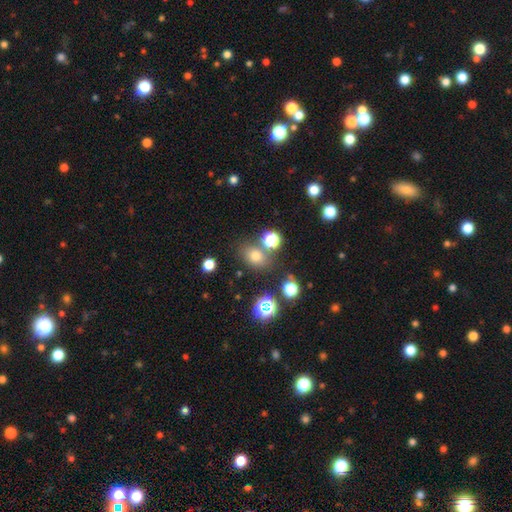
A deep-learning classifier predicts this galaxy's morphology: smooth-or-featured: smooth: 69% | star or artifact: 21% | featured or disk: 10%
  how-rounded: in between: 51% | round: 48% | cigar-shaped: 1%
  merging: none: 70% | merger: 13% | minor disturbance: 13% | major disturbance: 5%